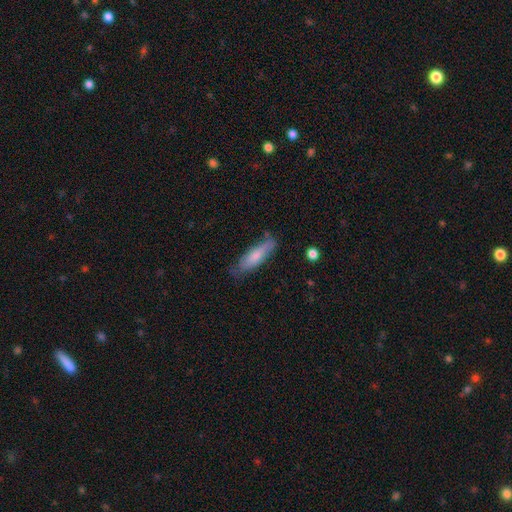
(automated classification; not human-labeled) smooth-or-featured: smooth: 71% | featured or disk: 23% | star or artifact: 6%
  how-rounded: cigar-shaped: 63% | in between: 35% | round: 2%
  merging: none: 68% | minor disturbance: 24% | major disturbance: 5% | merger: 3%